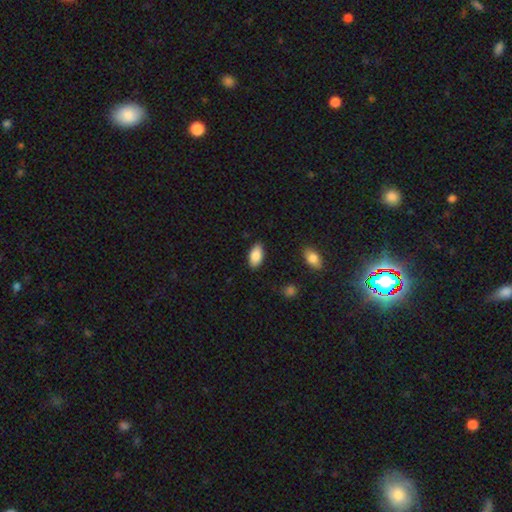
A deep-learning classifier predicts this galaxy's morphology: This is clearly a smooth galaxy (86%). How rounded: clearly in between (94%). Merging: clearly none (86%).